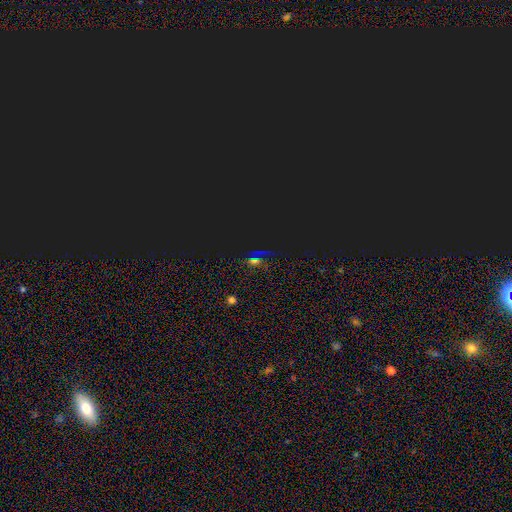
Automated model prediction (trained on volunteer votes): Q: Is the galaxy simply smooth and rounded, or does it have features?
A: star or artifact — 66%.